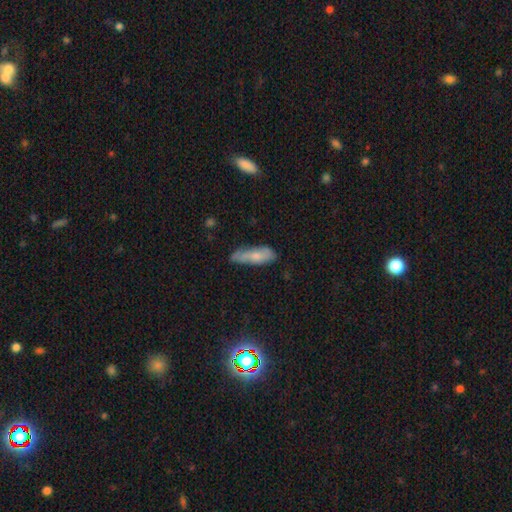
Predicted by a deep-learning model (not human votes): A smooth galaxy with no disk features (65%) that is in between round and cigar-shaped (51%).

Vote fractions:
- Smooth or featured? smooth: 65% / featured or disk: 27% / star or artifact: 8%
- How rounded? in between: 51% / cigar-shaped: 47% / round: 2%
- Merging? none: 62% / minor disturbance: 29% / major disturbance: 6% / merger: 2%